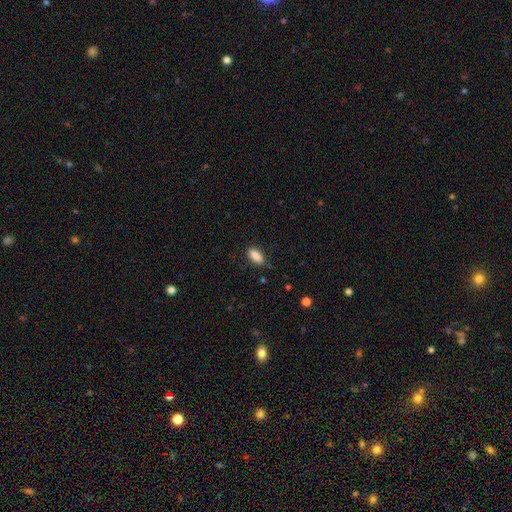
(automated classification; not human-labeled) A smooth galaxy with no disk features (87%) that is in between round and cigar-shaped (80%).

Vote fractions:
- Smooth or featured? smooth: 87% / star or artifact: 8% / featured or disk: 6%
- How rounded? in between: 80% / cigar-shaped: 16% / round: 3%
- Merging? none: 75% / minor disturbance: 19% / major disturbance: 4% / merger: 1%